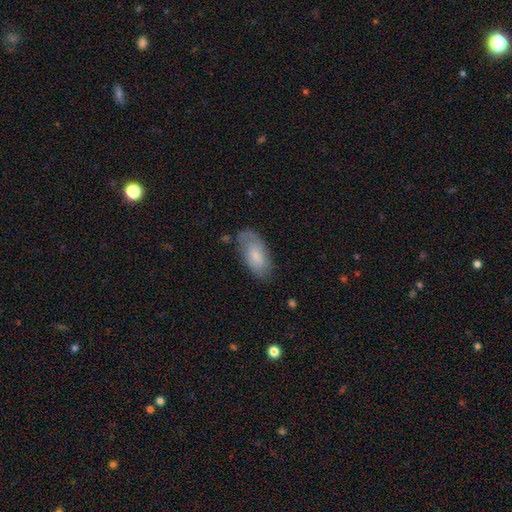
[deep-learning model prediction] A smooth galaxy with no disk features (67%) that is in between round and cigar-shaped (91%). Merging: none (64%).